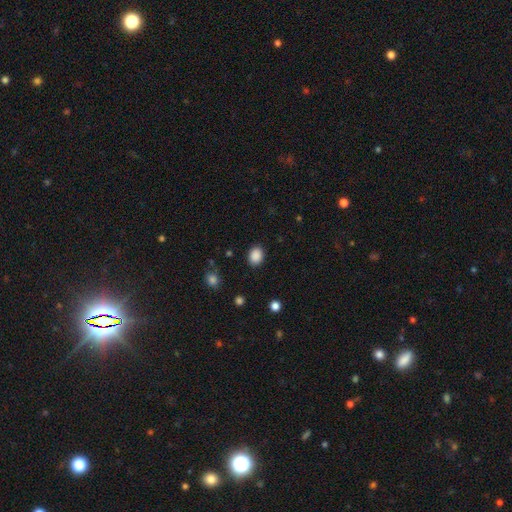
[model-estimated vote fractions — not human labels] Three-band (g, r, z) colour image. It shows a smooth galaxy with no disk features (88%) that is in between round and cigar-shaped (59%). Merging: none (88%).